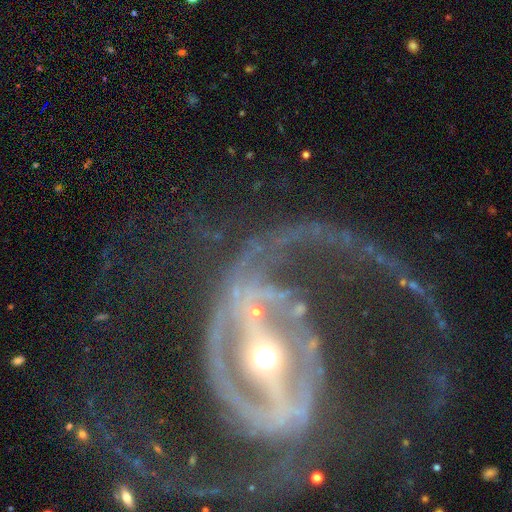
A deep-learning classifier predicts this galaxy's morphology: smooth-or-featured: featured or disk: 90% | star or artifact: 6% | smooth: 4%
  disk-edge-on: no: 97% | yes: 3%
    bar: strong: 65% | weak: 22% | no: 13%
    has-spiral-arms: yes: 92% | no: 8%
      spiral-winding: medium: 44% | loose: 40% | tight: 16%
      spiral-arm-count: 2: 76% | 1: 10% | can't tell: 5% | 3: 4% | 4: 3% | more than 4: 3%
    bulge-size: moderate: 56% | small: 36% | large: 6% | dominant: 2% | none: 1%
  merging: none: 44% | major disturbance: 36% | minor disturbance: 14% | merger: 6%